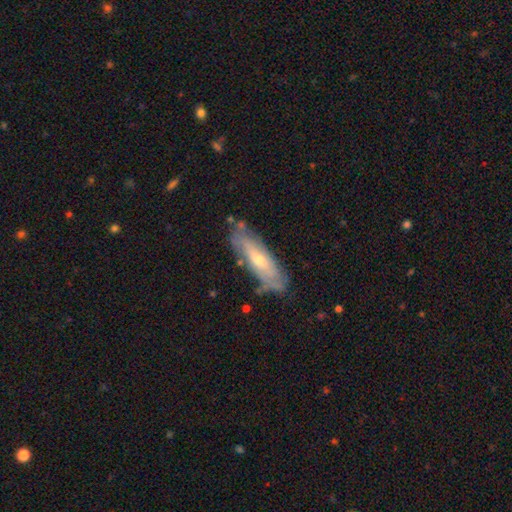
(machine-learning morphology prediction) The model was most divided on "edge-on disk": no: 63%, yes: 37%. More confident: merging — none (76%); smooth or featured — featured or disk (62%).